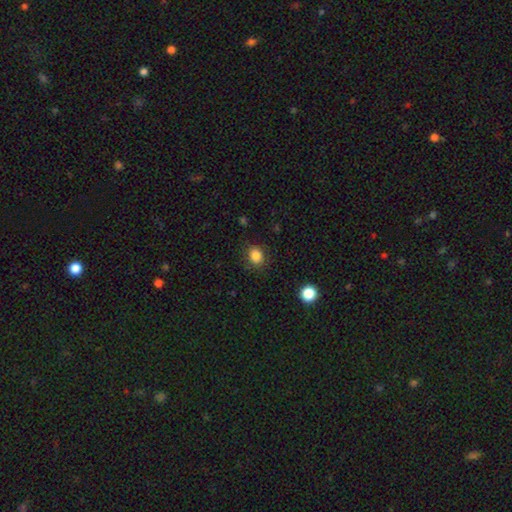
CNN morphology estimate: The model was most divided on "how rounded": round: 65%, in between: 35%, cigar-shaped: 1%. More confident: merging — none (86%); smooth or featured — smooth (85%).